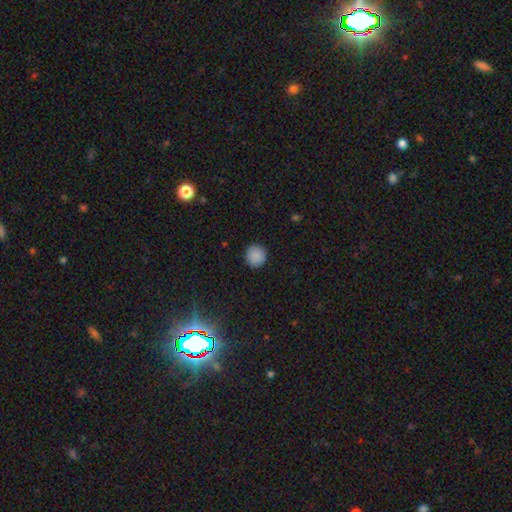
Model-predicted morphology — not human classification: The model was most divided on "smooth or featured": smooth: 88%, star or artifact: 9%, featured or disk: 3%. More confident: how rounded — round (94%); merging — none (91%).